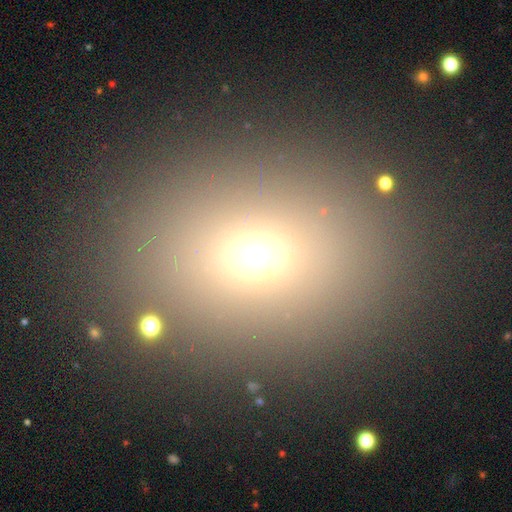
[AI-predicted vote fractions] A smooth galaxy with no disk features (68%) that is in between round and cigar-shaped (51%).

Vote fractions:
- Smooth or featured? smooth: 68% / star or artifact: 21% / featured or disk: 11%
- How rounded? in between: 51% / round: 47% / cigar-shaped: 2%
- Merging? none: 83% / minor disturbance: 8% / major disturbance: 5% / merger: 4%